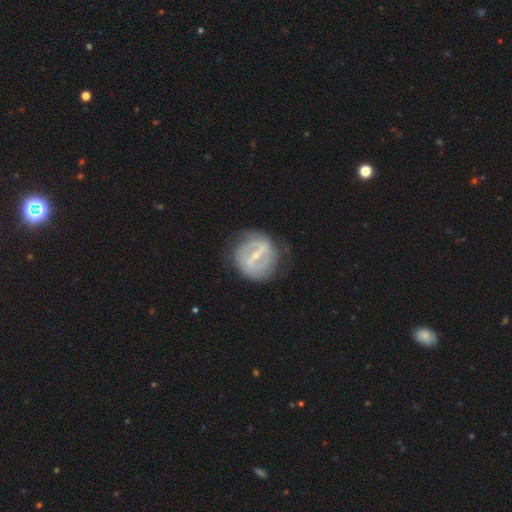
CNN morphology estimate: A featured or disk galaxy (81%) with a strong bar (65%), 2 (64%) tight (42%) spiral arms (73%) and a small central bulge (71%). Merging: none (74%).